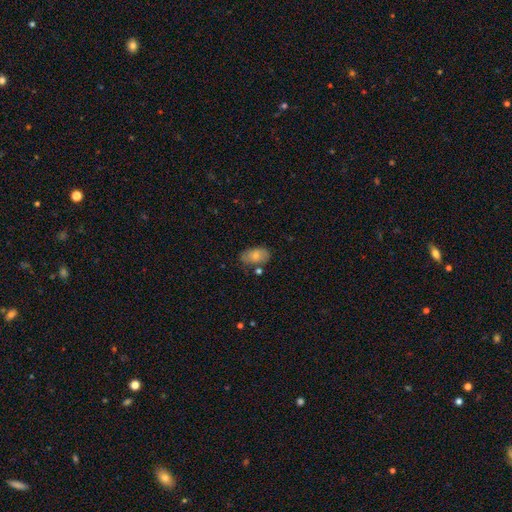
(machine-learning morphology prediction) type=smooth (73%); roundness=in between (91%); merging=none (69%).